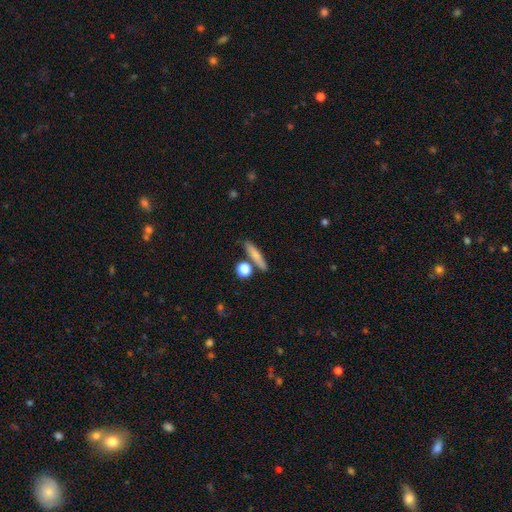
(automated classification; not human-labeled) smooth 77%, featured or disk 16%, star or artifact 8%. Down the decision tree: how rounded — cigar-shaped (74%); merging — none (78%).